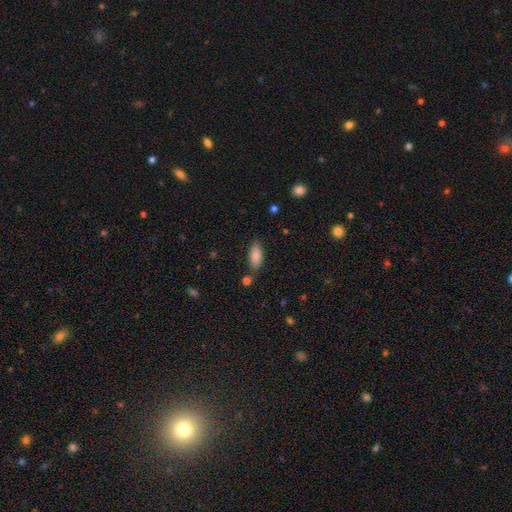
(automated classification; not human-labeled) Smooth or featured: smooth — 84% (featured or disk — 9%)
How rounded: in between — 87% (cigar-shaped — 11%)
Merging: none — 77% (minor disturbance — 14%)